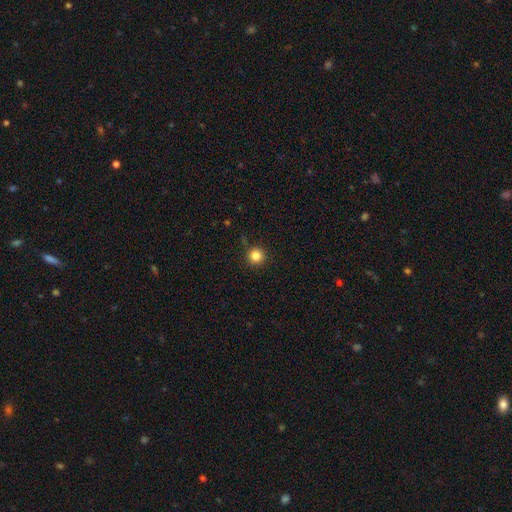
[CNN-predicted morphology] The model was most divided on "smooth or featured": smooth: 85%, star or artifact: 11%, featured or disk: 4%. More confident: how rounded — round (96%); merging — none (90%).